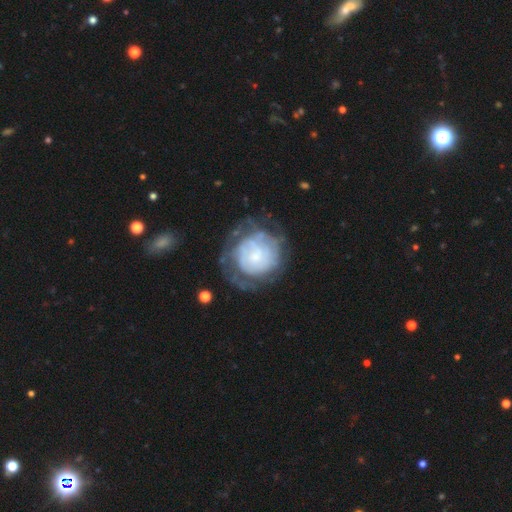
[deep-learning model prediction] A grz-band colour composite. It shows a featured or disk galaxy (66%) with no bar (77%), spiral arms (67%) and a small central bulge (55%). Merging: none (55%).